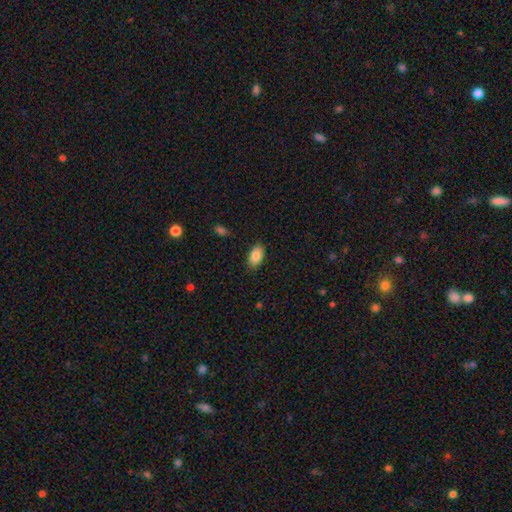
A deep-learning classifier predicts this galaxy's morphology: A smooth galaxy with no disk features (87%) that is in between round and cigar-shaped (93%). Merging: none (87%).